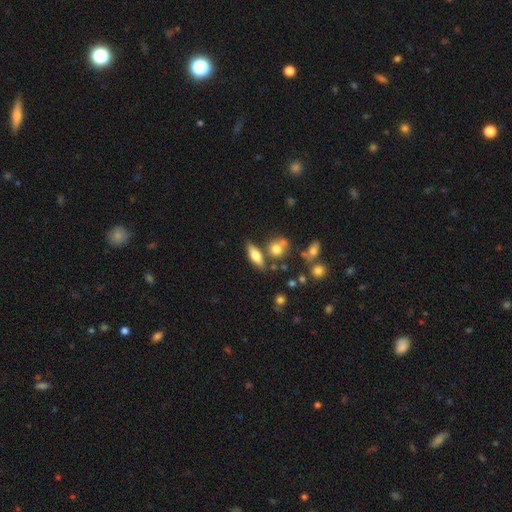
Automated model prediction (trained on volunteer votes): smooth_or_featured: smooth (p=0.61) [alt: featured or disk p=0.30]
how_rounded: in between (p=0.60) [alt: cigar-shaped p=0.32]
merging: none (p=0.69) [alt: minor disturbance p=0.13]